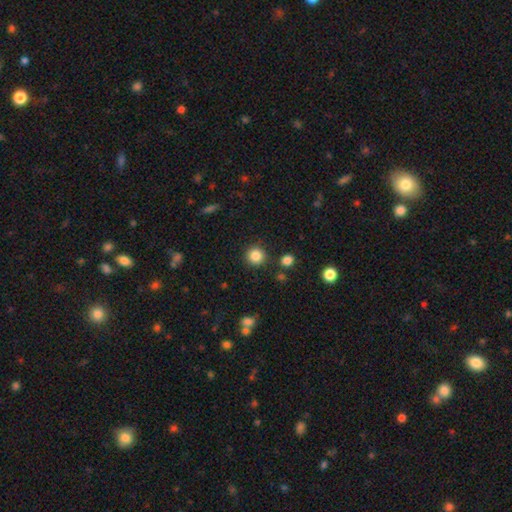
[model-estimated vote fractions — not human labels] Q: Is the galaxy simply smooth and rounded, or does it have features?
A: smooth — 85%.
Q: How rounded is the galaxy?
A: round — 93%.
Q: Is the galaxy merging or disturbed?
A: none — 88%.